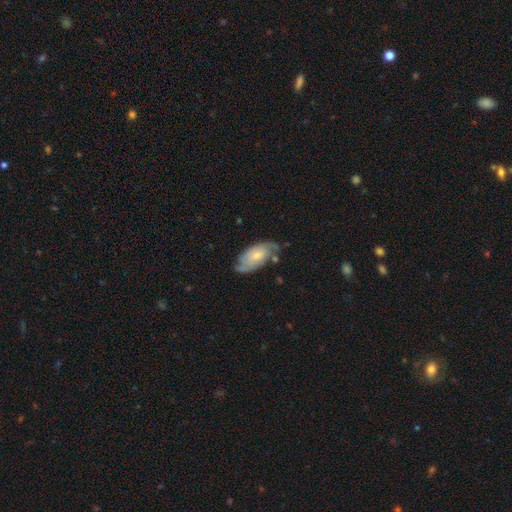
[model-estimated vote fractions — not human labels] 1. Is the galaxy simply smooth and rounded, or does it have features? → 56% featured or disk, 38% smooth, 6% star or artifact.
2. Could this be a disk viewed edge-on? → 91% no, 9% yes.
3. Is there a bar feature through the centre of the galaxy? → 69% no, 26% weak, 4% strong.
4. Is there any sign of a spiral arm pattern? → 84% yes, 16% no.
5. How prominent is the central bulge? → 53% small, 35% moderate, 7% none, 5% large, 1% dominant.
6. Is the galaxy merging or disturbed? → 60% none, 27% minor disturbance, 9% major disturbance, 4% merger.